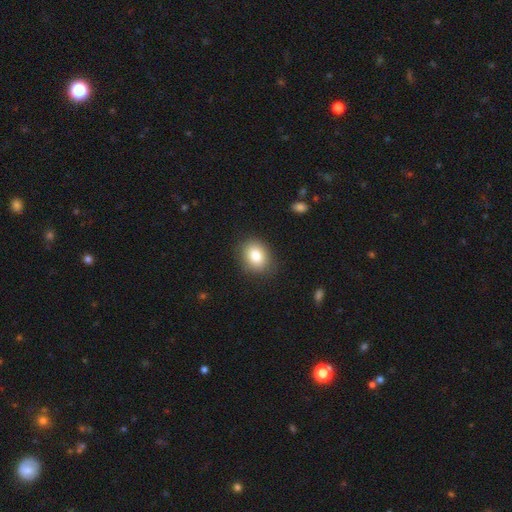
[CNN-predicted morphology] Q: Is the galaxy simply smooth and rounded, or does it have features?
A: smooth — 83%.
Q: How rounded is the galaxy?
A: in between — 55%.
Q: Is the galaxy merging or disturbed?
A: none — 85%.